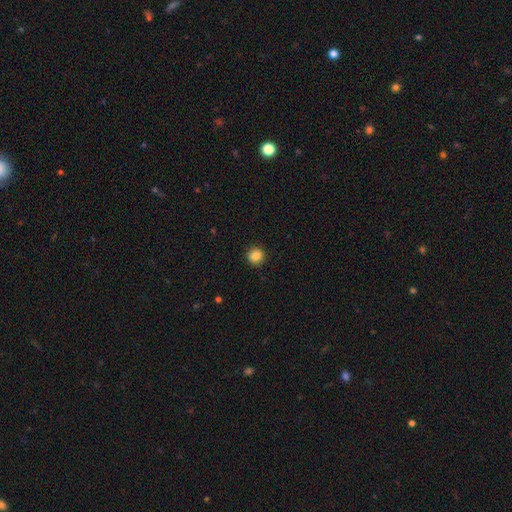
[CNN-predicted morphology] Smooth or featured?
  - smooth: 86% *
  - star or artifact: 10%
  - featured or disk: 4%
How rounded?
  - round: 92% *
  - in between: 8%
  - cigar-shaped: 1%
Merging?
  - none: 92% *
  - minor disturbance: 5%
  - major disturbance: 2%
  - merger: 1%